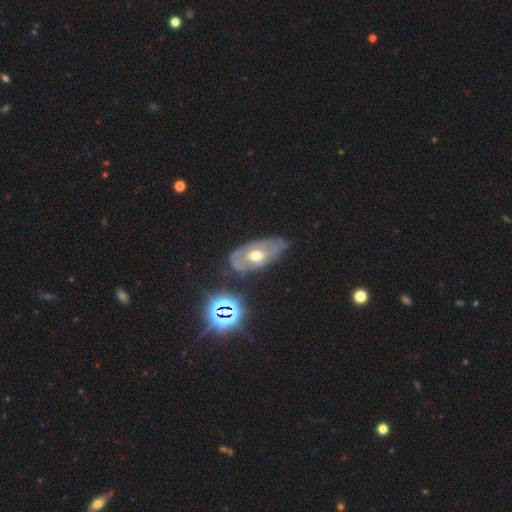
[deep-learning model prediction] smooth-or-featured: featured or disk: 64% | smooth: 27% | star or artifact: 9%
  disk-edge-on: no: 88% | yes: 12%
    bar: no: 76% | weak: 18% | strong: 5%
    has-spiral-arms: no: 58% | yes: 42%
    bulge-size: moderate: 75% | large: 12% | small: 11% | none: 1% | dominant: 1%
  merging: none: 54% | minor disturbance: 30% | major disturbance: 13% | merger: 3%